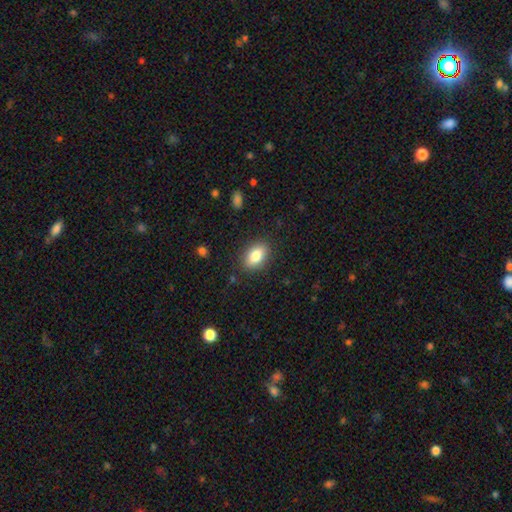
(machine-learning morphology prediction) This appears to be a smooth galaxy with no disk features (81%) that is in between round and cigar-shaped (85%). Merging: none (87%).